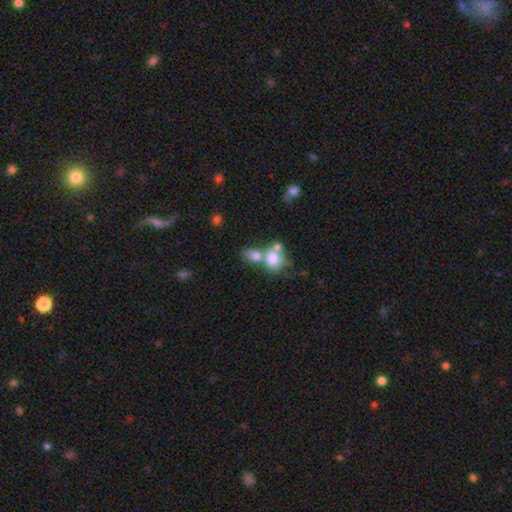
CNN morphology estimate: Smooth or featured? smooth (75%)
How rounded? in between (51%)
Merging? merger (57%)